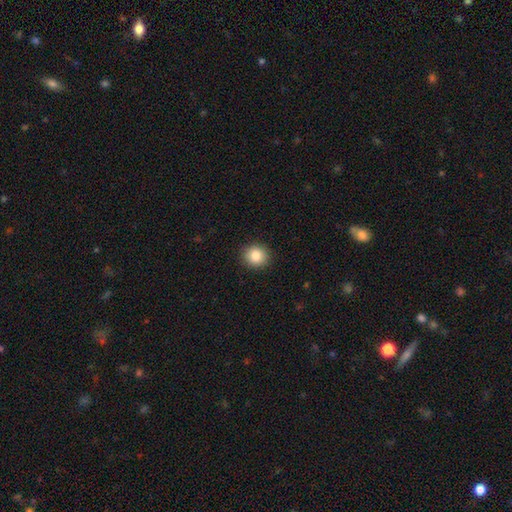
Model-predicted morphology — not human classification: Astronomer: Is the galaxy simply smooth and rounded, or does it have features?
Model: smooth — 85%.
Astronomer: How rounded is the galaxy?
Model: round — 85%.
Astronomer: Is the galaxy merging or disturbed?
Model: none — 91%.